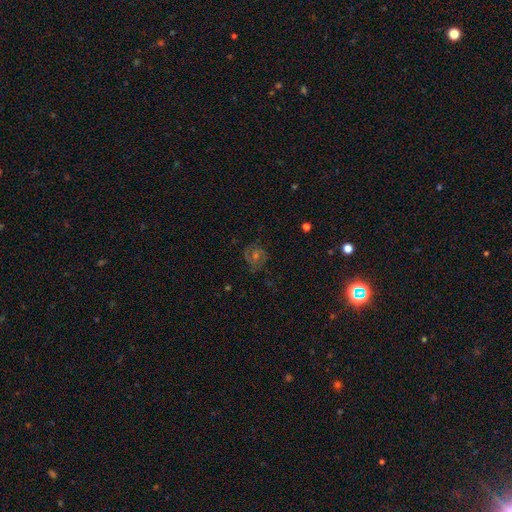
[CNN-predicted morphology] Smooth or featured? featured or disk (58%)
Edge-on disk? no (97%)
Bar? no (66%)
Spiral arms? yes (86%)
Bulge size? moderate (52%)
Merging? none (78%)